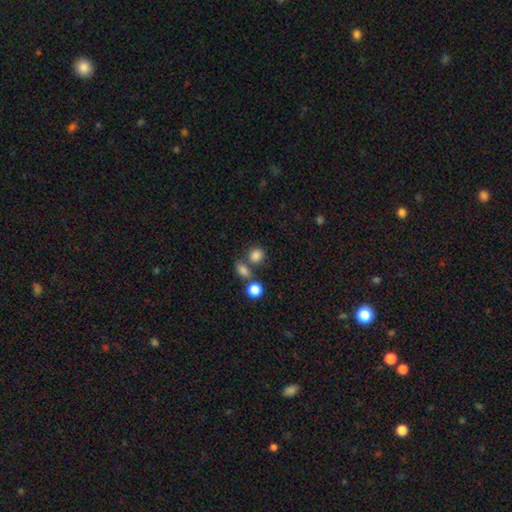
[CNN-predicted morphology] This appears to be a smooth galaxy with no disk features (82%) that is round (81%). Merging: none (64%).